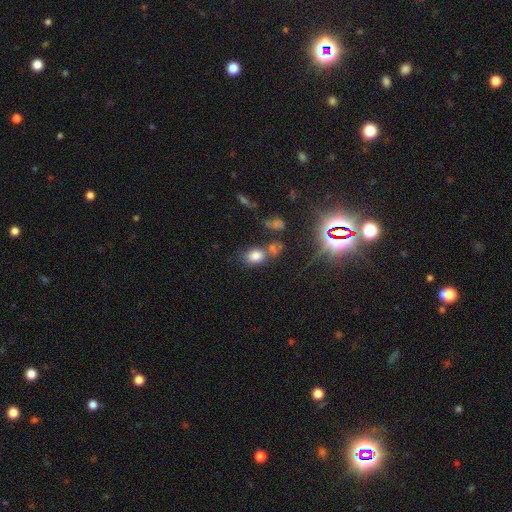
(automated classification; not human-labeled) This appears to be a smooth galaxy with no disk features (76%) that is in between round and cigar-shaped (72%). Merging: none (54%).